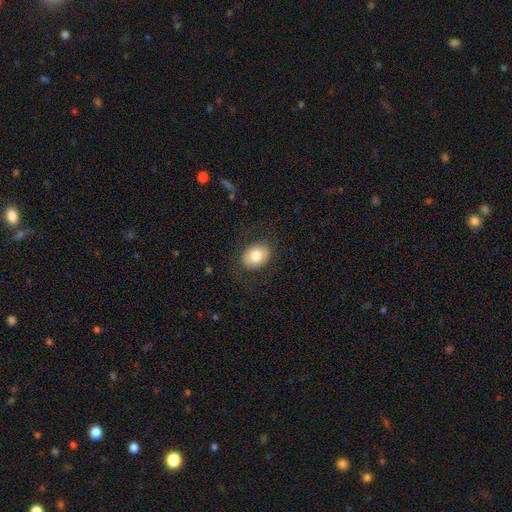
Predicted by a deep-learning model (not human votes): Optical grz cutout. It shows a smooth galaxy with no disk features (76%) that is in between round and cigar-shaped (60%). Merging: none (81%).